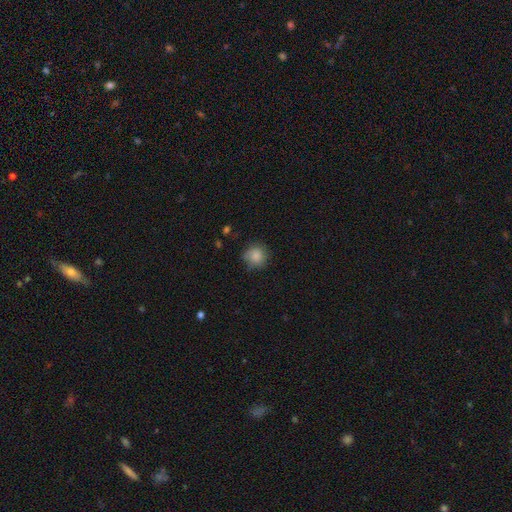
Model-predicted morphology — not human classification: A smooth galaxy with no disk features (82%) that is round (89%).

Vote fractions:
- Smooth or featured? smooth: 82% / featured or disk: 10% / star or artifact: 9%
- How rounded? round: 89% / in between: 10% / cigar-shaped: 1%
- Merging? none: 71% / minor disturbance: 21% / major disturbance: 6% / merger: 1%